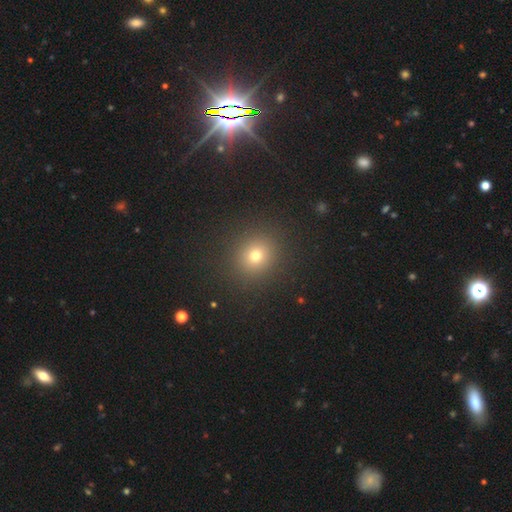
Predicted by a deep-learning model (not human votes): A smooth galaxy with no disk features (72%) that is round (84%). Merging: none (90%).